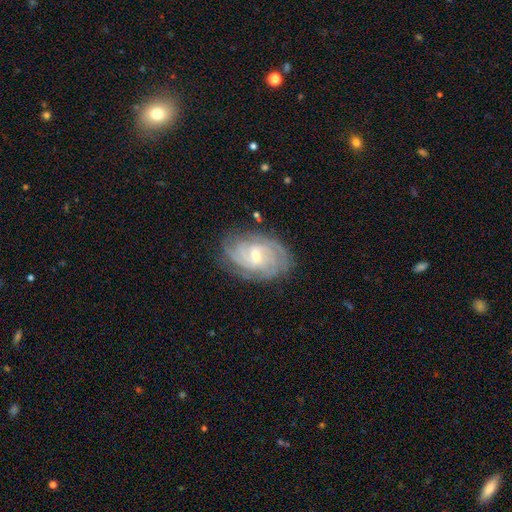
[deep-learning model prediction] Smooth or featured?
  - featured or disk: 87% *
  - smooth: 7%
  - star or artifact: 6%
Edge-on disk?
  - no: 96% *
  - yes: 4%
Bar?
  - weak: 51% *
  - no: 35%
  - strong: 14%
Spiral arms?
  - yes: 97% *
  - no: 3%
Spiral winding?
  - tight: 71% *
  - medium: 24%
  - loose: 4%
Spiral arm count?
  - can't tell: 26% *
  - 4: 25%
  - 3: 21%
  - 2: 14%
  - more than 4: 8%
  - 1: 6%
Bulge size?
  - small: 57% *
  - moderate: 39%
  - large: 2%
  - none: 1%
  - dominant: 1%
Merging?
  - none: 80% *
  - minor disturbance: 15%
  - major disturbance: 4%
  - merger: 1%